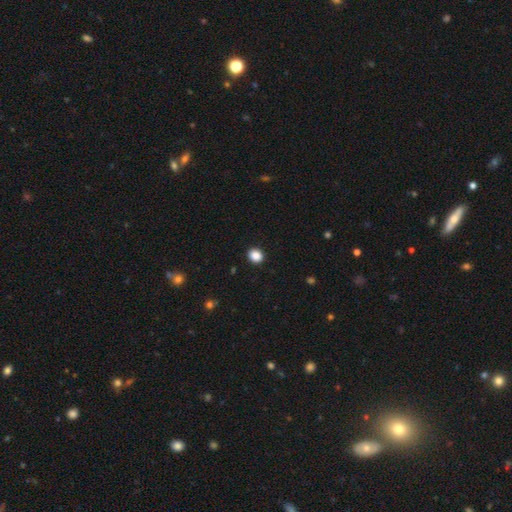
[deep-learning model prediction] Smooth or featured? Predicted: smooth (p=0.88). How rounded? Predicted: round (p=0.66). Merging? Predicted: none (p=0.92).